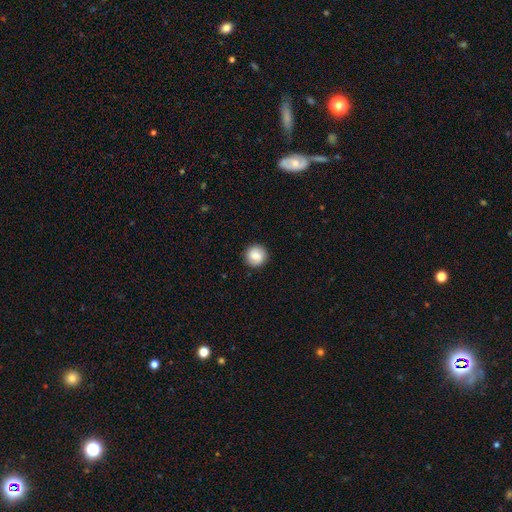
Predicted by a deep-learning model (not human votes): This appears to be a smooth galaxy with no disk features (82%) that is round (94%). Merging: none (90%).